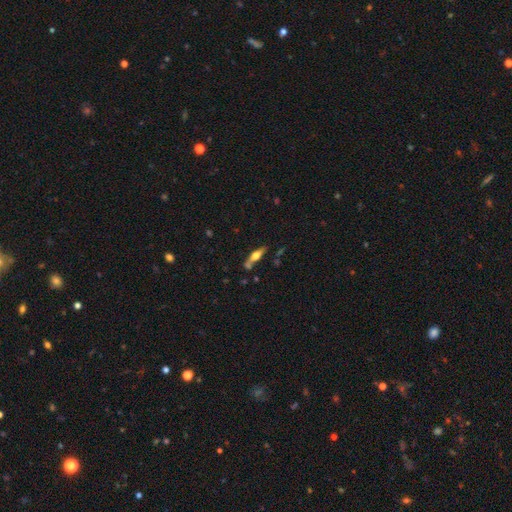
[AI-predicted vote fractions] This is possibly a featured or disk galaxy (56%). It is clearly viewed edge-on (91%). Edge-on bulge: clearly rounded (92%). Merging: likely none (68%).